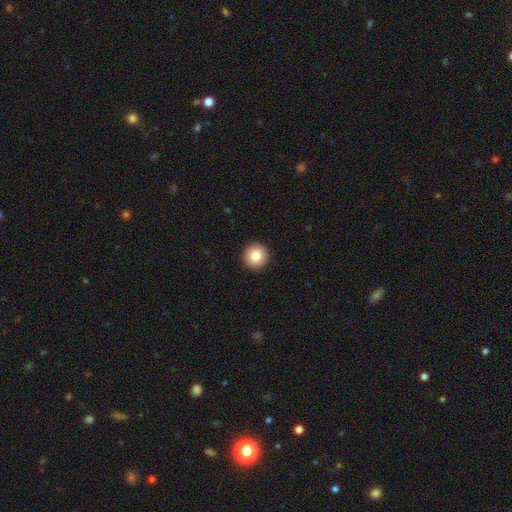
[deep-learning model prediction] This is clearly a smooth galaxy (83%). How rounded: clearly round (96%). Merging: clearly none (94%).